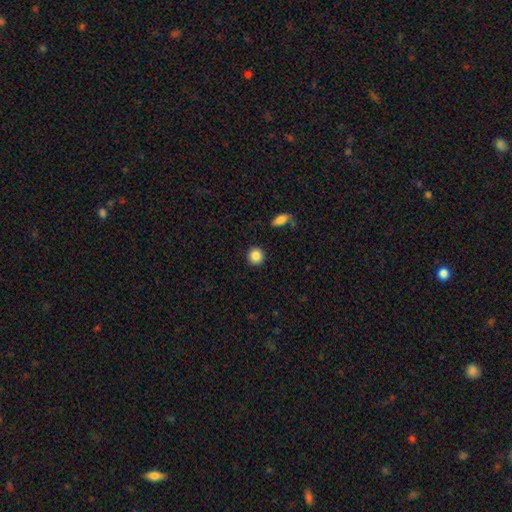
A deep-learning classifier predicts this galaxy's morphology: A smooth galaxy with no disk features (87%) that is round (92%).

Vote fractions:
- Smooth or featured? smooth: 87% / star or artifact: 9% / featured or disk: 4%
- How rounded? round: 92% / in between: 7% / cigar-shaped: 1%
- Merging? none: 90% / minor disturbance: 6% / major disturbance: 2% / merger: 2%